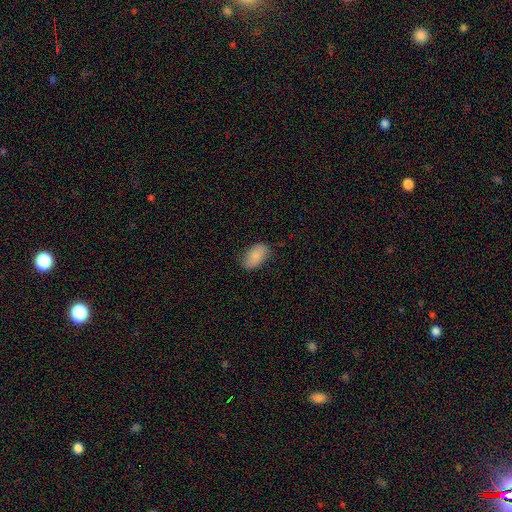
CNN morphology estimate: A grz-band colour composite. It shows a smooth galaxy with no disk features (86%) that is in between round and cigar-shaped (94%). Merging: none (80%).